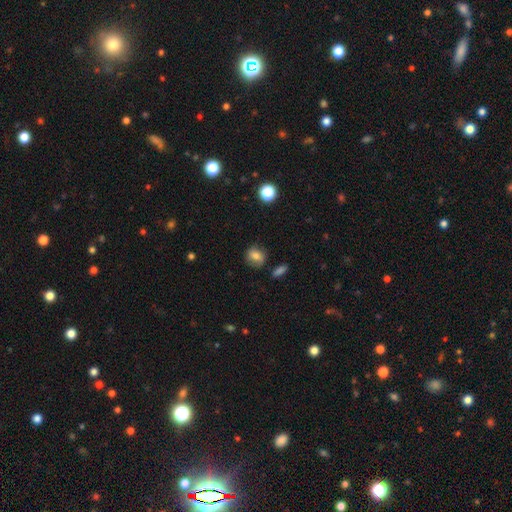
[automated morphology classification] This appears to be a smooth galaxy with no disk features (76%) that is round (62%). Merging: none (75%).